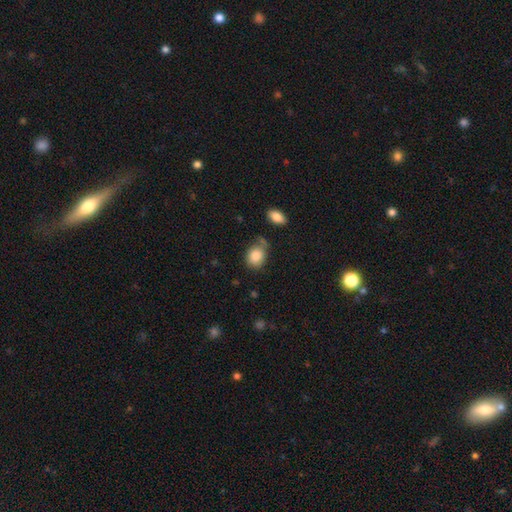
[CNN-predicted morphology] Q: Smooth or featured?
A: smooth (86%); runner-up: star or artifact (8%)
Q: How rounded?
A: in between (51%); runner-up: round (48%)
Q: Merging?
A: none (59%); runner-up: minor disturbance (23%)